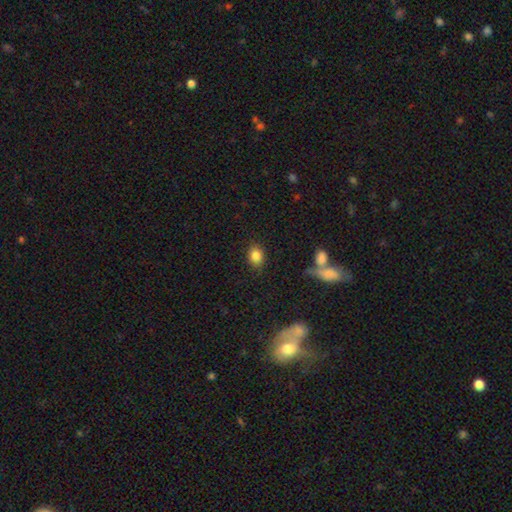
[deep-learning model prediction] This is clearly a smooth galaxy (84%). How rounded: possibly in between (55%). Merging: clearly none (84%).